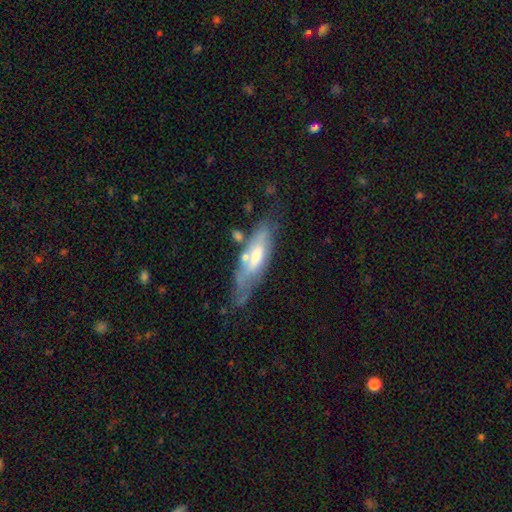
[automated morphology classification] Overall: featured or disk (60%; smooth 31%). Edge-on disk: yes (51%; no 49%). Merging: none (63%; minor disturbance 23%).